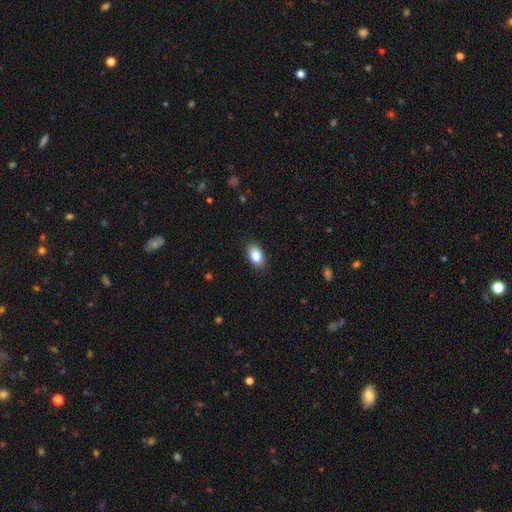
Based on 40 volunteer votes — Smooth or featured? smooth (88%)
How rounded? in between (94%)
Merging? none (78%)